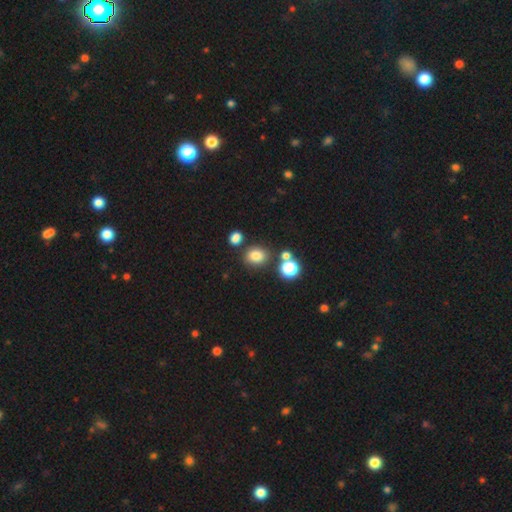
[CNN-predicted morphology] Q: Smooth or featured?
A: smooth (79%); runner-up: star or artifact (14%)
Q: How rounded?
A: round (62%); runner-up: in between (37%)
Q: Merging?
A: none (76%); runner-up: merger (10%)